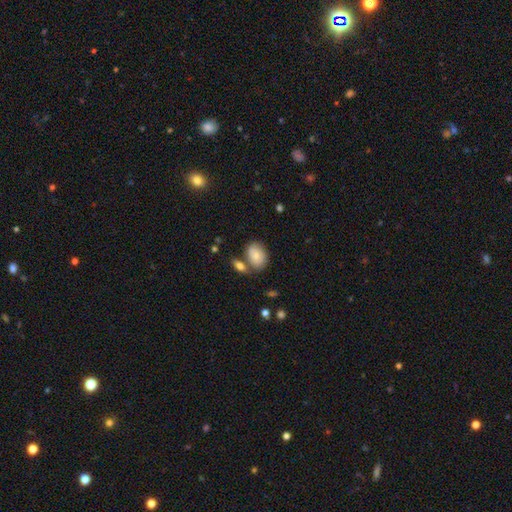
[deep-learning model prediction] Overall: smooth (80%). How rounded: in between (77%). Merging: none (60%; merger 21%).